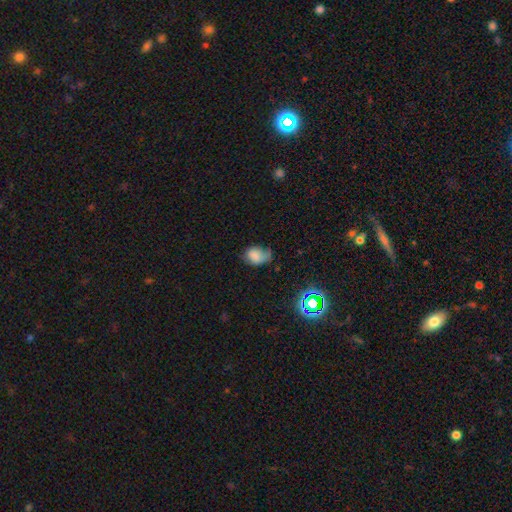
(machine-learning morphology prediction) A smooth galaxy with no disk features (73%) that is in between round and cigar-shaped (74%).

Vote fractions:
- Smooth or featured? smooth: 73% / featured or disk: 15% / star or artifact: 12%
- How rounded? in between: 74% / round: 25% / cigar-shaped: 1%
- Merging? minor disturbance: 40% / none: 37% / major disturbance: 20% / merger: 3%